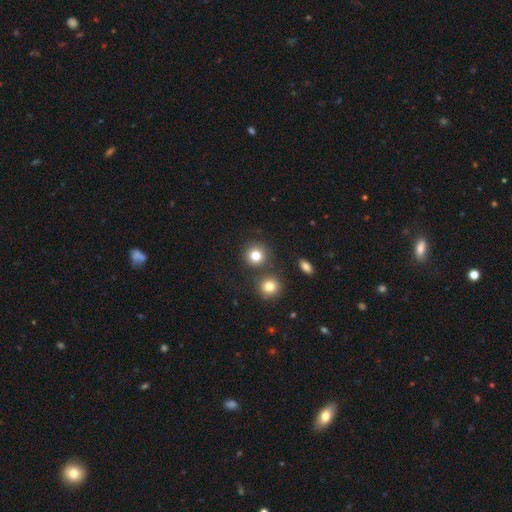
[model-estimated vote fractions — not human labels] Overall: smooth (81%). How rounded: round (91%). Merging: none (80%).